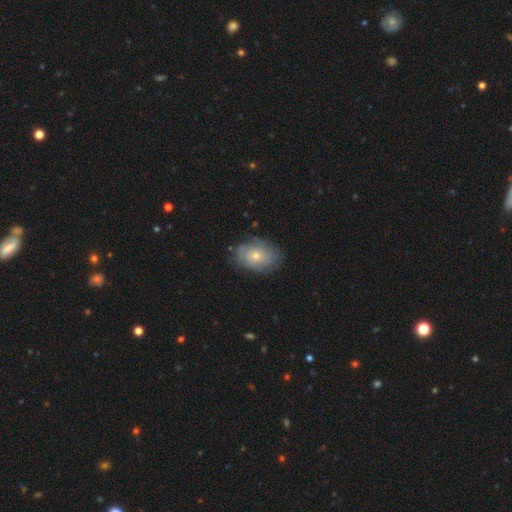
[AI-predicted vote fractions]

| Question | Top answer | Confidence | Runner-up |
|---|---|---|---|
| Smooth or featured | featured or disk | 48% | smooth (45%) |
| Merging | none | 74% | minor disturbance (19%) |